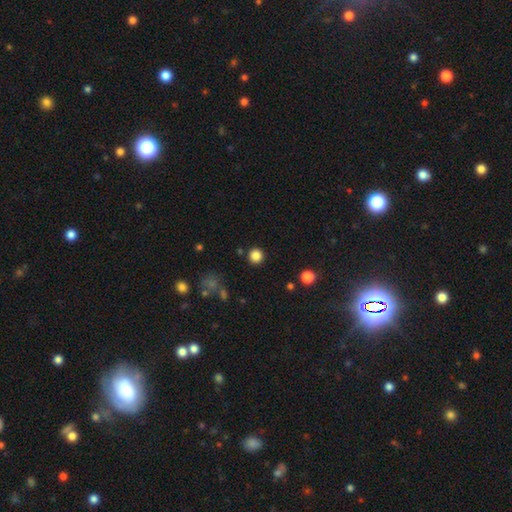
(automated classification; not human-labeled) This is clearly a smooth galaxy (85%). How rounded: clearly round (95%). Merging: clearly none (90%).